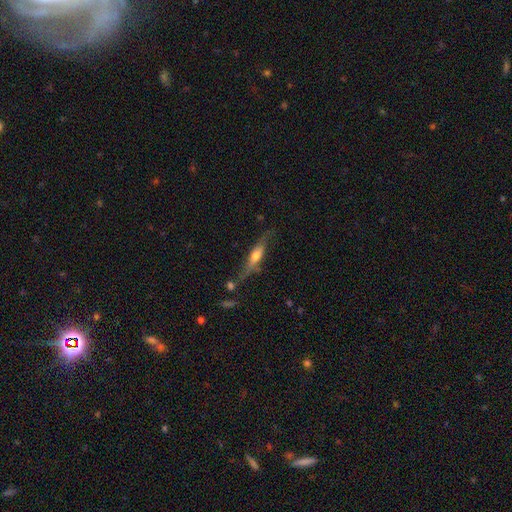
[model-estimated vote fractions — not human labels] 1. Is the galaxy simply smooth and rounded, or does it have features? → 55% featured or disk, 38% smooth, 7% star or artifact.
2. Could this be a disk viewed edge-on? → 81% yes, 19% no.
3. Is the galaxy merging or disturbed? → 59% none, 24% minor disturbance, 11% major disturbance, 6% merger.